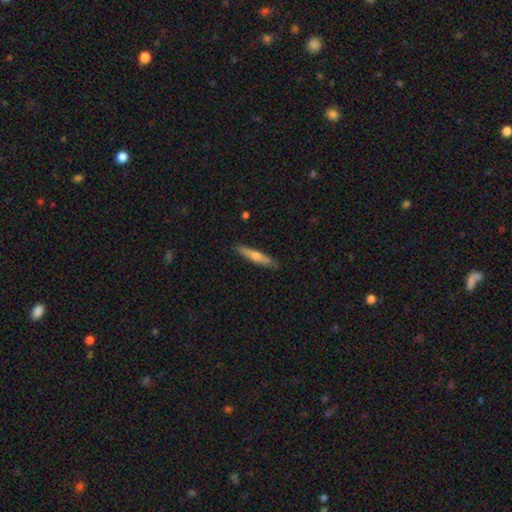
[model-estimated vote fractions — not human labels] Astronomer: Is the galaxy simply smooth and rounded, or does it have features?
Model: smooth — 60%.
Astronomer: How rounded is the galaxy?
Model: cigar-shaped — 90%.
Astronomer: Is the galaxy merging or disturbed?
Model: none — 88%.